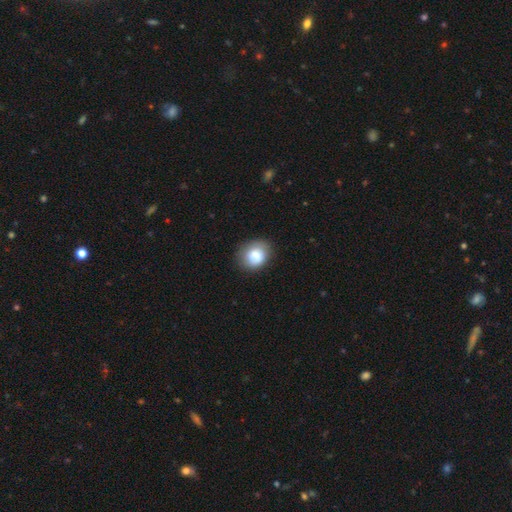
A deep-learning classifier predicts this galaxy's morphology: A smooth galaxy with no disk features (78%) that is round (61%). Merging: none (69%).